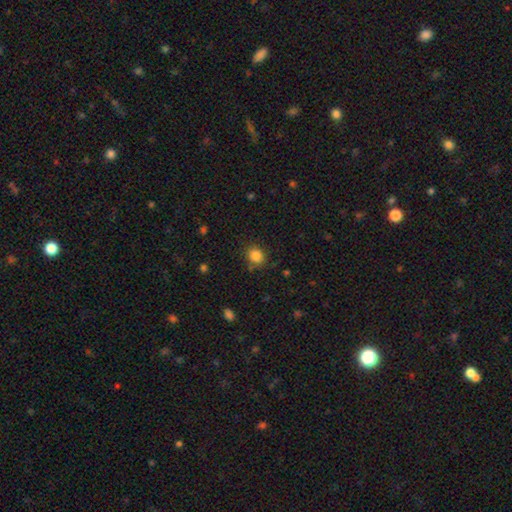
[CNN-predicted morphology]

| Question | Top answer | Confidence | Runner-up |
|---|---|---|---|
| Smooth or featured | smooth | 84% | star or artifact (11%) |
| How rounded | round | 66% | in between (33%) |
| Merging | none | 81% | minor disturbance (11%) |